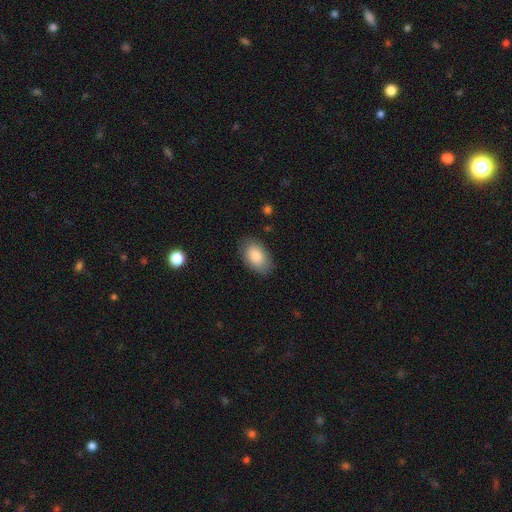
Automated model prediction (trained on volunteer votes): The model was most divided on "merging": none: 83%, minor disturbance: 13%, major disturbance: 3%, merger: 1%. More confident: how rounded — in between (92%); smooth or featured — smooth (84%).